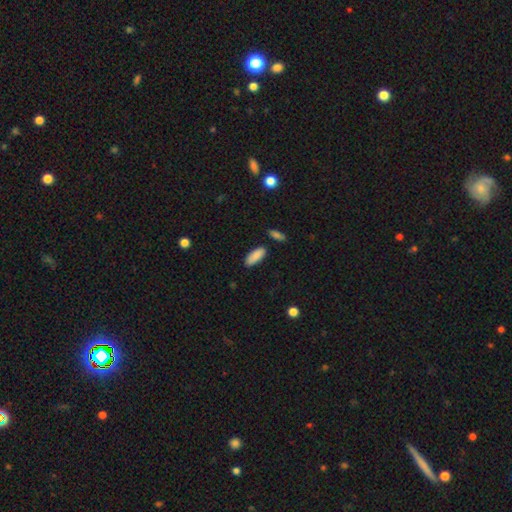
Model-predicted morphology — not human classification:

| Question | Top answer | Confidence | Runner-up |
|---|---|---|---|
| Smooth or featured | smooth | 88% | star or artifact (7%) |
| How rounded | in between | 75% | cigar-shaped (23%) |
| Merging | none | 85% | minor disturbance (10%) |